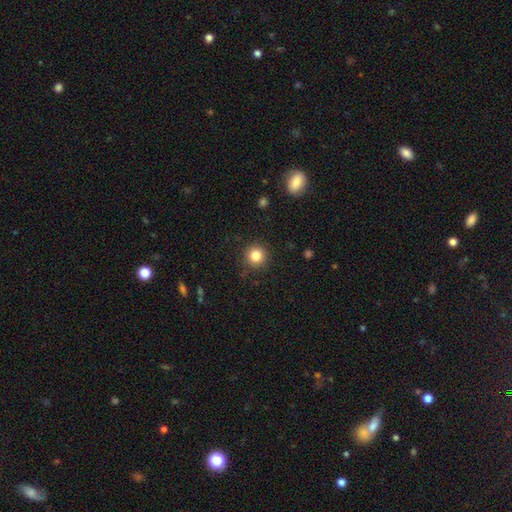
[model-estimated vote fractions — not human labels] A smooth galaxy with no disk features (84%) that is round (94%).

Vote fractions:
- Smooth or featured? smooth: 84% / star or artifact: 11% / featured or disk: 5%
- How rounded? round: 94% / in between: 5% / cigar-shaped: 1%
- Merging? none: 89% / minor disturbance: 7% / major disturbance: 2% / merger: 1%